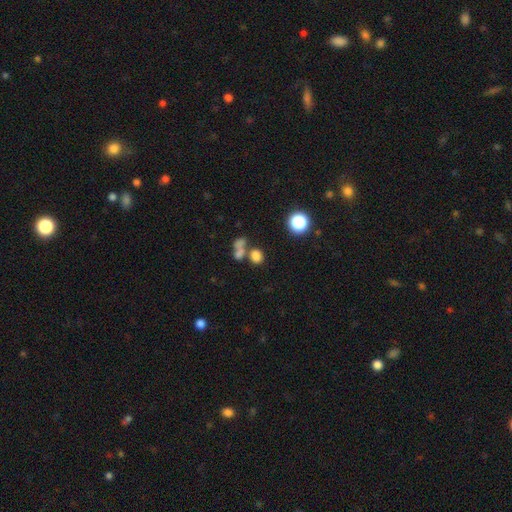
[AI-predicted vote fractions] The model was most divided on "merging" (2-way tie): none: 43%, merger: 43%, minor disturbance: 8%, major disturbance: 6%. More confident: smooth or featured — smooth (75%); how rounded — round (57%).